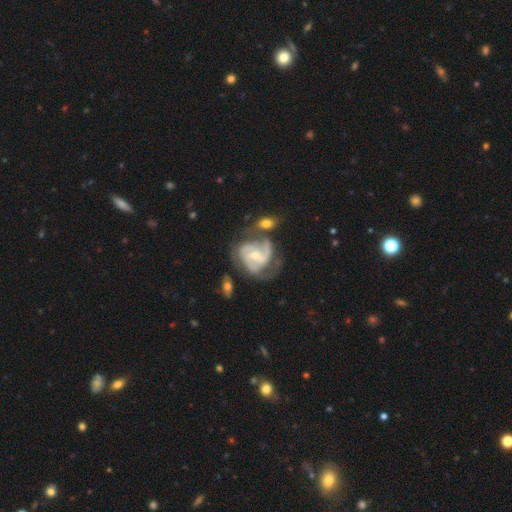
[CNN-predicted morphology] type=featured or disk (88%); edge-on=no (98%); bar=no (46%); spiral arms=yes (97%); winding=medium (48%); arm count=2 (47%); bulge=small (56%); merging=none (46%).